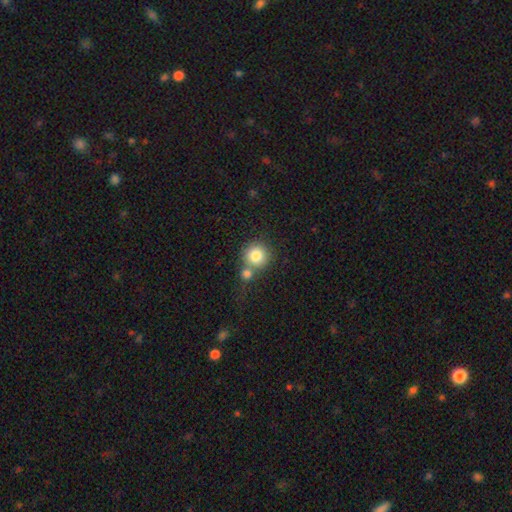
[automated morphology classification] Smooth or featured? smooth (80%)
How rounded? round (93%)
Merging? none (54%)